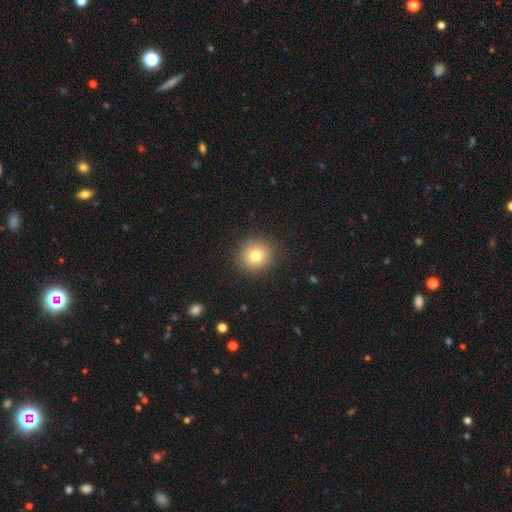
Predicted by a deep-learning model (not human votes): This appears to be a smooth galaxy with no disk features (78%) that is round (88%). Merging: none (88%).